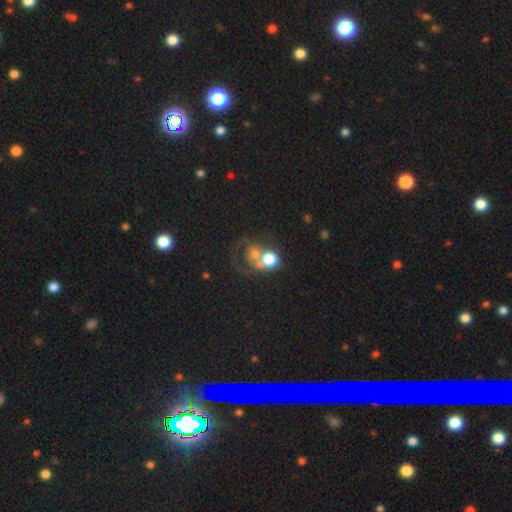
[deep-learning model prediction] smooth 45%, featured or disk 42%, star or artifact 13%. Down the decision tree: merging — merger (54%).